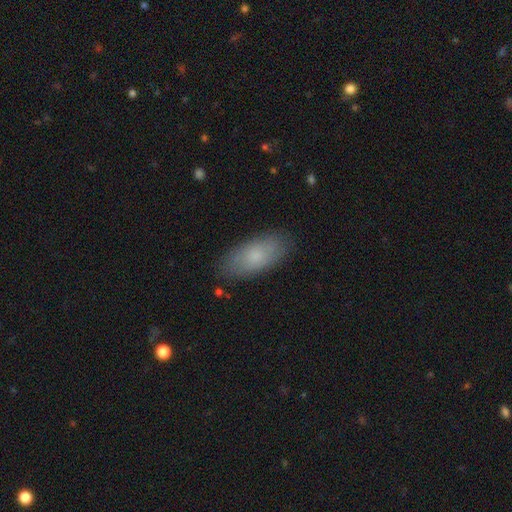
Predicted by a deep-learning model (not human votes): Morphology: type=smooth (77%); roundness=in between (85%); merging=none (84%).